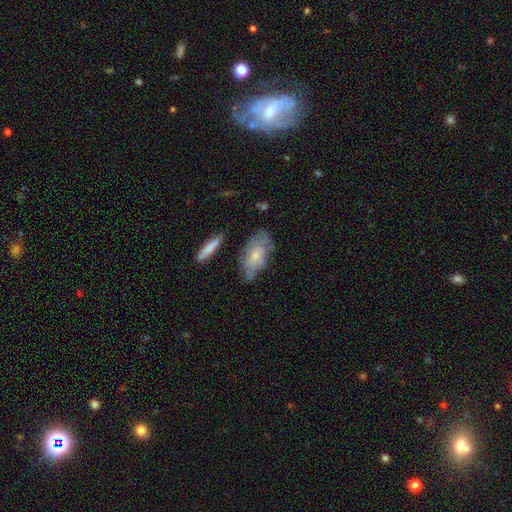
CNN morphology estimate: This is possibly a smooth galaxy (54%). How rounded: clearly in between (88%). Merging: possibly none (55%).